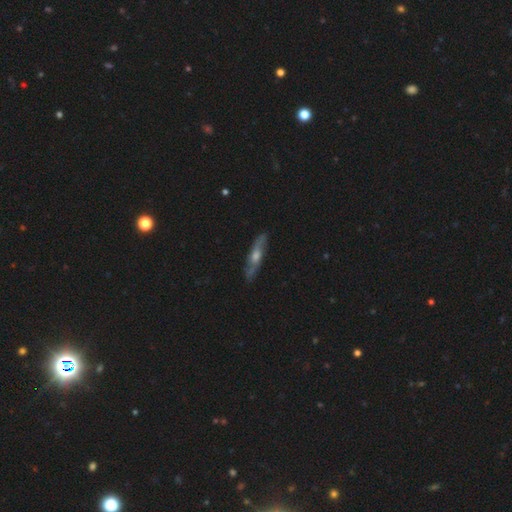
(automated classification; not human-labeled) Smooth or featured? featured or disk (68%)
Edge-on disk? yes (66%)
Merging? none (84%)